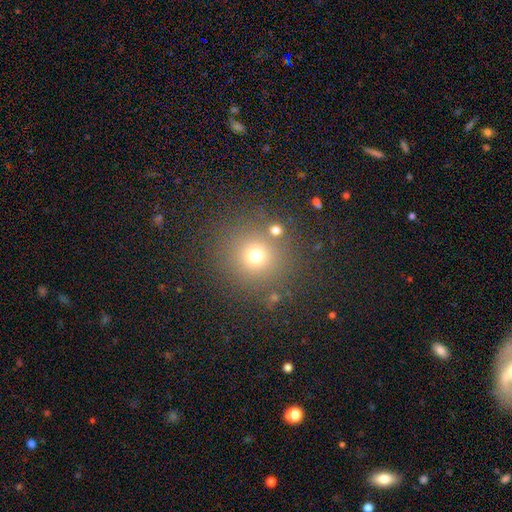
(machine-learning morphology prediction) This appears to be a smooth galaxy with no disk features (70%) that is round (91%). Merging: none (81%).